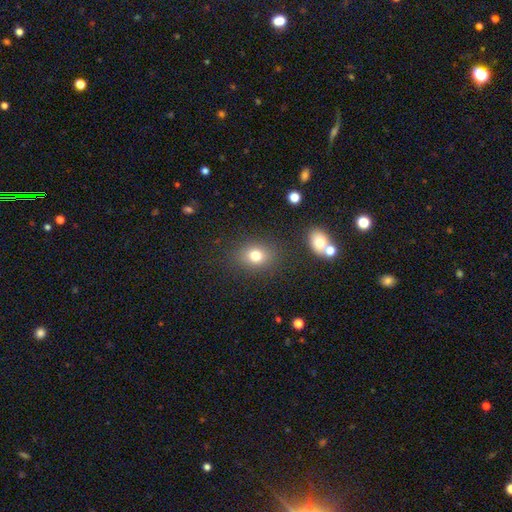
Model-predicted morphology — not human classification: type=smooth (77%); roundness=round (55%); merging=none (83%).